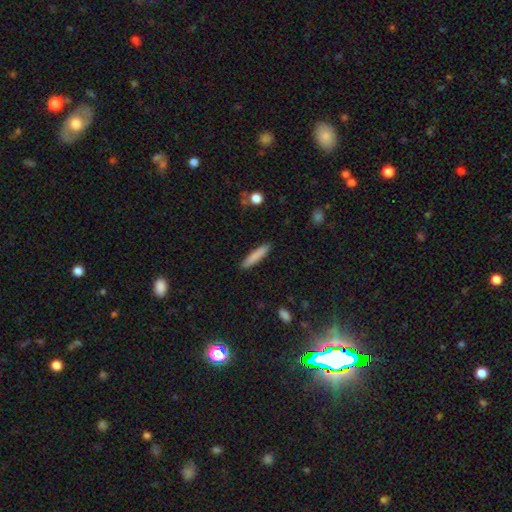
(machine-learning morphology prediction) Q: Smooth or featured?
A: smooth (83%); runner-up: featured or disk (11%)
Q: How rounded?
A: cigar-shaped (87%); runner-up: in between (11%)
Q: Merging?
A: none (89%); runner-up: minor disturbance (8%)